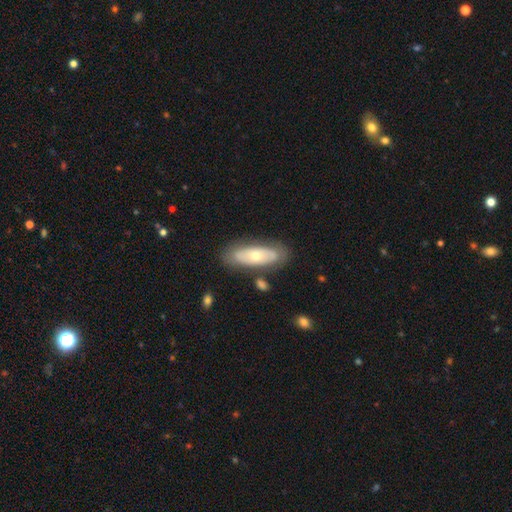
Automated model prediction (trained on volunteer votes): Smooth or featured? featured or disk (50%)
Edge-on disk? no (81%)
Merging? none (77%)